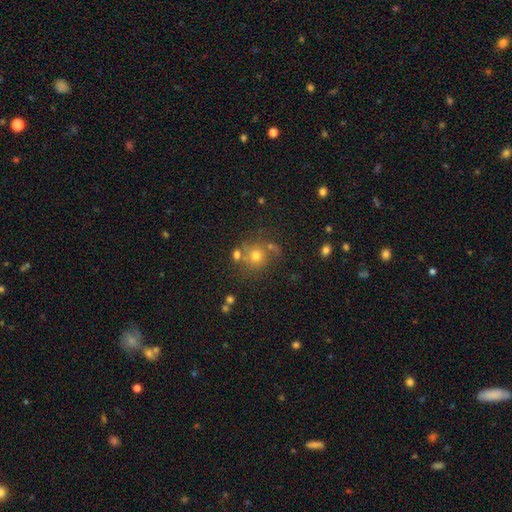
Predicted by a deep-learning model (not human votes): smooth 64%, star or artifact 20%, featured or disk 16%. Down the decision tree: how rounded — round (87%); merging — none (65%).